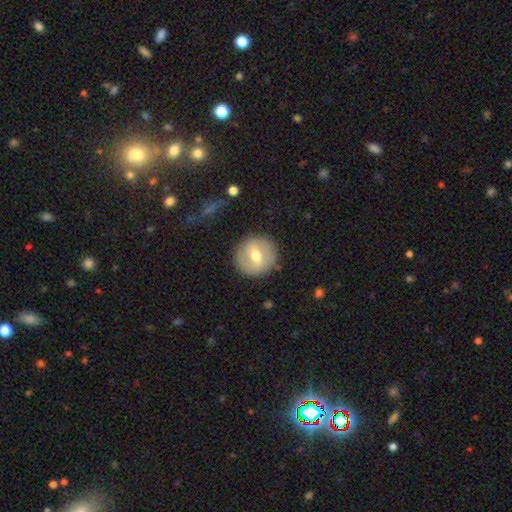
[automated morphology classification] smooth 53%, featured or disk 41%, star or artifact 6%. Down the decision tree: how rounded — round (93%); merging — none (87%).